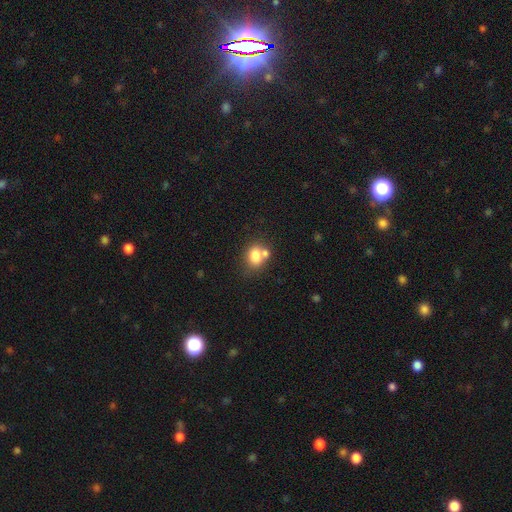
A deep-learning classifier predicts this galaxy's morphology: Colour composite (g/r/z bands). It shows a smooth galaxy with no disk features (78%) that is in between round and cigar-shaped (59%). Merging: none (47%).